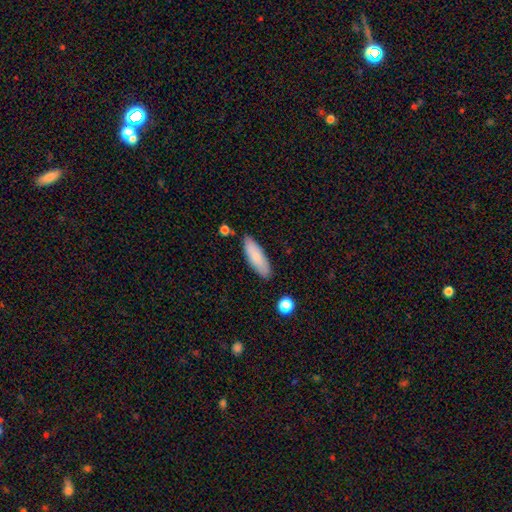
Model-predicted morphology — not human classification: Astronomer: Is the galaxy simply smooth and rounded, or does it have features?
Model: smooth — 82%.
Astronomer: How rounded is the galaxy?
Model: in between — 56% (runner-up: cigar-shaped, 42%).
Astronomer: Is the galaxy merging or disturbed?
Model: none — 83%.